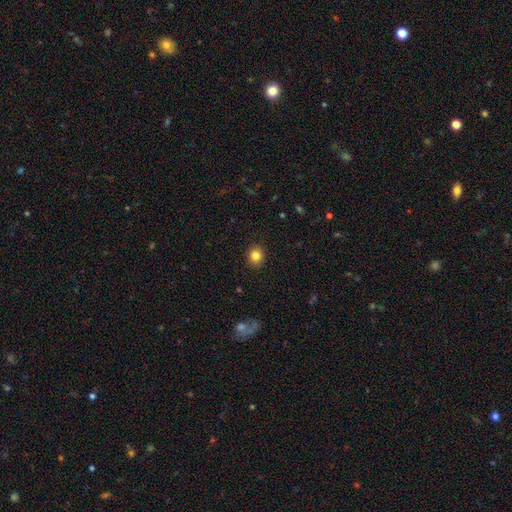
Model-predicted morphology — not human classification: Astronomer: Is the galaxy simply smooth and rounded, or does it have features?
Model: smooth — 83%.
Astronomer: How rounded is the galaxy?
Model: round — 74%.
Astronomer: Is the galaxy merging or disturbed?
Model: none — 91%.